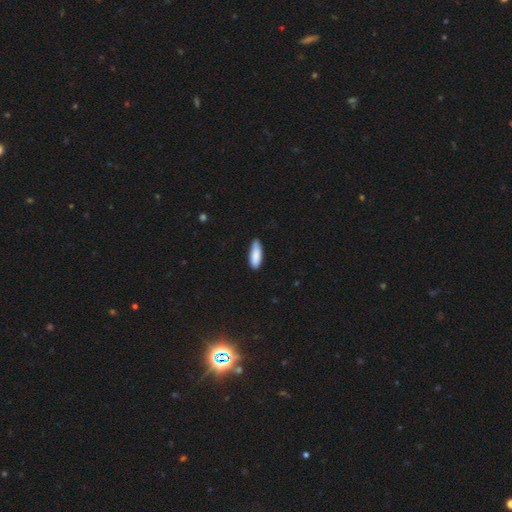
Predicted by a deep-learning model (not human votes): Overall: smooth (88%). How rounded: in between (66%; cigar-shaped 33%). Merging: none (78%).